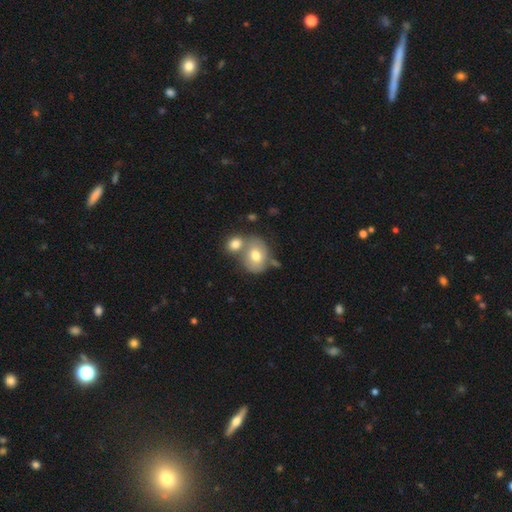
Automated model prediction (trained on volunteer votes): Smooth or featured? smooth (50%)
How rounded? round (72%)
Merging? none (48%)